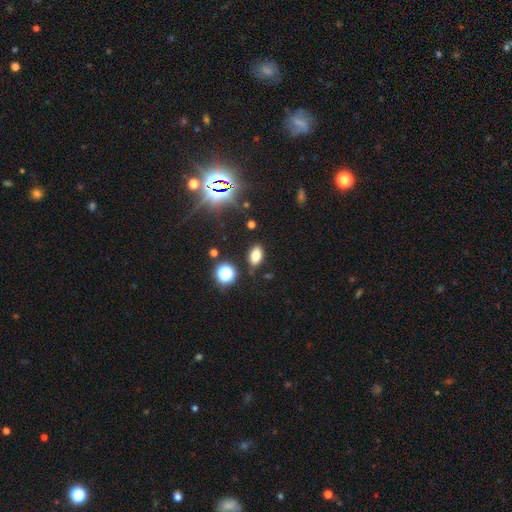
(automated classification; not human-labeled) smooth_or_featured: smooth (p=0.73) [alt: star or artifact p=0.18]
how_rounded: in between (p=0.86) [alt: round p=0.10]
merging: none (p=0.80) [alt: minor disturbance p=0.13]